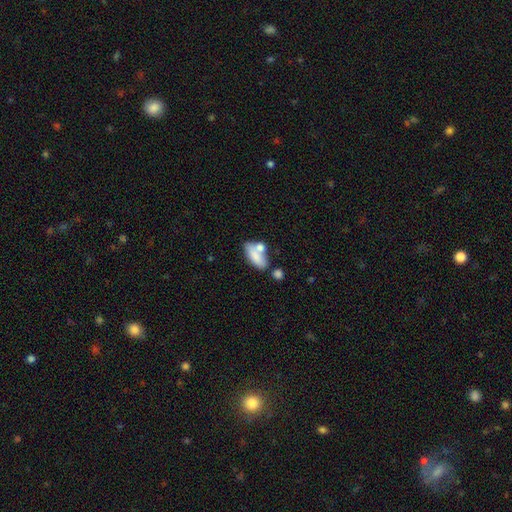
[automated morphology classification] smooth-or-featured: smooth: 76% | featured or disk: 17% | star or artifact: 8%
  how-rounded: in between: 80% | cigar-shaped: 15% | round: 4%
  merging: none: 43% | merger: 31% | minor disturbance: 17% | major disturbance: 8%